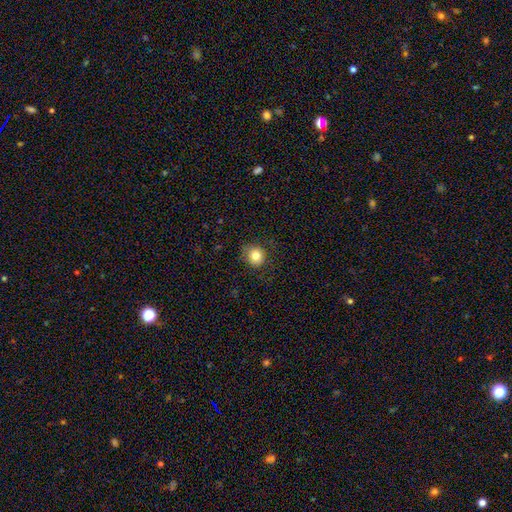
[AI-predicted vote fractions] A smooth galaxy with no disk features (82%) that is round (84%).

Vote fractions:
- Smooth or featured? smooth: 82% / star or artifact: 11% / featured or disk: 8%
- How rounded? round: 84% / in between: 15% / cigar-shaped: 1%
- Merging? none: 78% / minor disturbance: 16% / major disturbance: 5% / merger: 1%